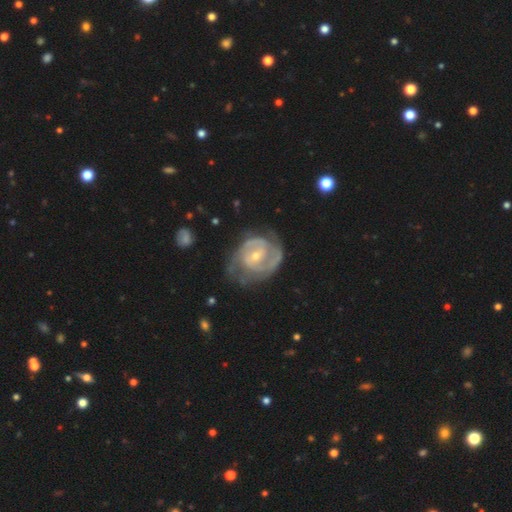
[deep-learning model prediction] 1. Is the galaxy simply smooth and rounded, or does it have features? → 86% featured or disk, 9% smooth, 5% star or artifact.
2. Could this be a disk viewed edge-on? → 97% no, 3% yes.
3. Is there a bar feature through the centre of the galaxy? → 47% weak, 37% no, 16% strong.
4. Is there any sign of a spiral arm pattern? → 94% yes, 6% no.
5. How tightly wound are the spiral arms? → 57% tight, 35% medium, 8% loose.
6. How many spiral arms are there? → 56% 2, 21% can't tell, 13% 3, 5% 1, 3% 4, 3% more than 4.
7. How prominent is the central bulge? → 58% small, 39% moderate, 1% large, 1% none, 1% dominant.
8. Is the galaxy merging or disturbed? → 62% none, 24% minor disturbance, 13% major disturbance, 2% merger.